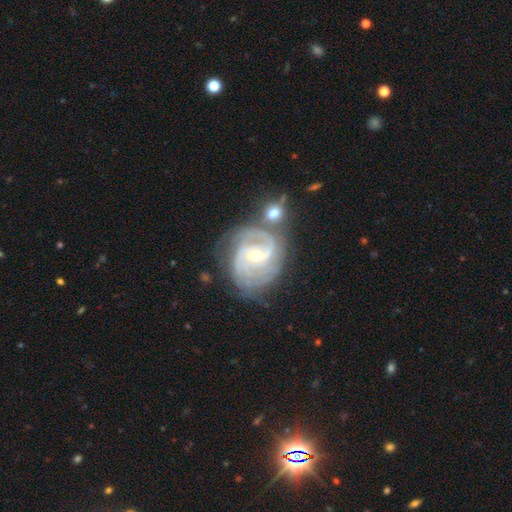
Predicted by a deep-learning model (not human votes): smooth-or-featured: featured or disk: 90% | smooth: 5% | star or artifact: 5%
  disk-edge-on: no: 97% | yes: 3%
    bar: weak: 50% | no: 27% | strong: 23%
    has-spiral-arms: yes: 98% | no: 2%
      spiral-winding: tight: 57% | medium: 35% | loose: 7%
      spiral-arm-count: 2: 33% | 3: 30% | can't tell: 17% | 4: 10% | more than 4: 5% | 1: 5%
    bulge-size: small: 49% | moderate: 48% | large: 2% | none: 1% | dominant: 1%
  merging: none: 59% | minor disturbance: 18% | merger: 15% | major disturbance: 8%